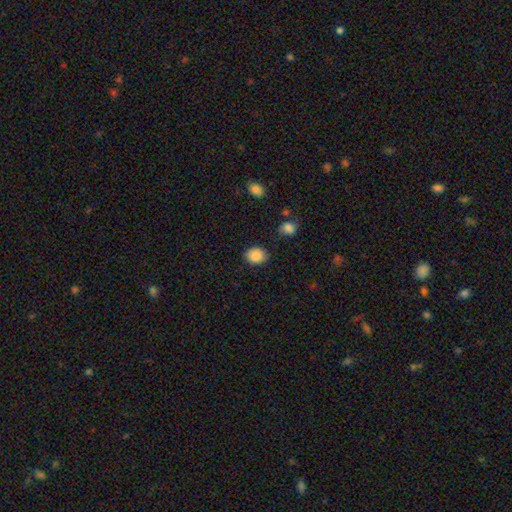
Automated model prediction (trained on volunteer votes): This is clearly a smooth galaxy (86%). How rounded: possibly in between (55%). Merging: clearly none (81%).